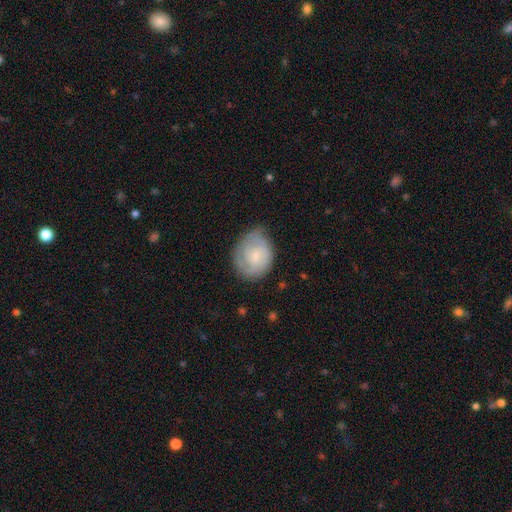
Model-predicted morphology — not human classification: This appears to be a featured or disk galaxy (58%) with no bar (61%), spiral arms (86%) and a small central bulge (60%). Merging: none (65%).